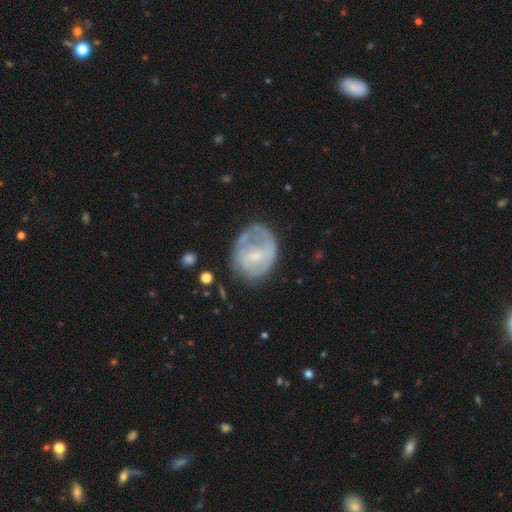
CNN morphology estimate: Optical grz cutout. It shows a featured or disk galaxy (55%) with a weak bar (46%), no spiral arms (54%) and a small central bulge (49%). Merging: none (47%).